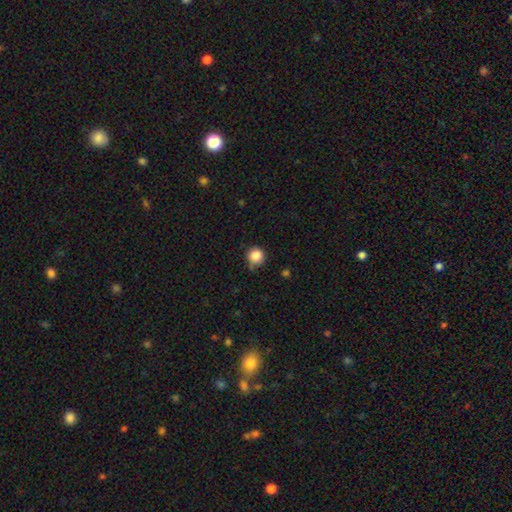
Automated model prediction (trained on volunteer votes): Smooth or featured?
  - smooth: 86% *
  - star or artifact: 10%
  - featured or disk: 4%
How rounded?
  - round: 93% *
  - in between: 6%
  - cigar-shaped: 1%
Merging?
  - none: 74% *
  - minor disturbance: 19%
  - major disturbance: 4%
  - merger: 3%